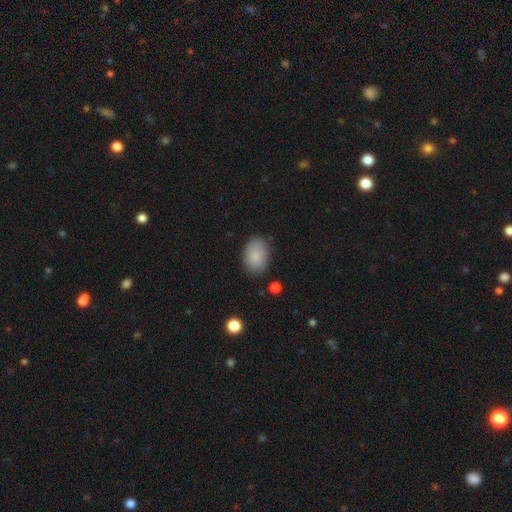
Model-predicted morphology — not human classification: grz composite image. It shows a smooth galaxy with no disk features (85%) that is in between round and cigar-shaped (85%). Merging: none (82%).